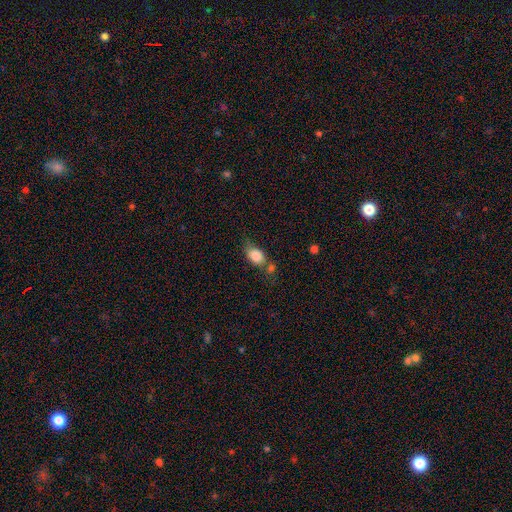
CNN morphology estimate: type=smooth (83%); roundness=in between (79%); merging=none (48%).